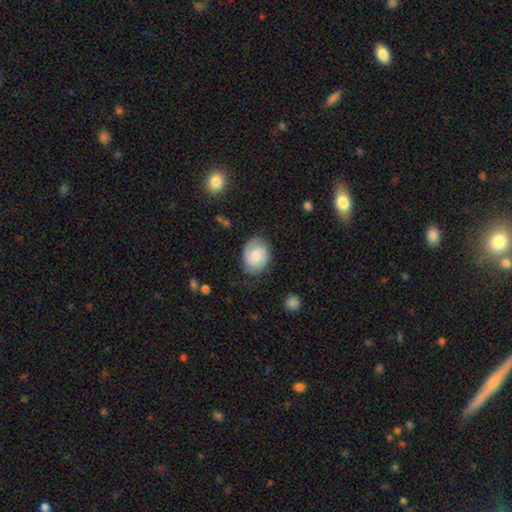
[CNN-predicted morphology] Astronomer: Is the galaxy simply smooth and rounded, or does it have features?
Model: featured or disk — 62%.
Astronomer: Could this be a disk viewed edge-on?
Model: no — 98%.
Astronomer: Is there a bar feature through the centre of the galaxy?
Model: no — 59% (runner-up: weak, 36%).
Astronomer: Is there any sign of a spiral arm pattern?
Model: yes — 93%.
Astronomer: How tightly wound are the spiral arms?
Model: tight — 51% (runner-up: medium, 38%).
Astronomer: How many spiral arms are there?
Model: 2 — 82%.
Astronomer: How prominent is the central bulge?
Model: moderate — 43% (runner-up: small, 41%).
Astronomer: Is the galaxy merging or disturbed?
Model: none — 77%.